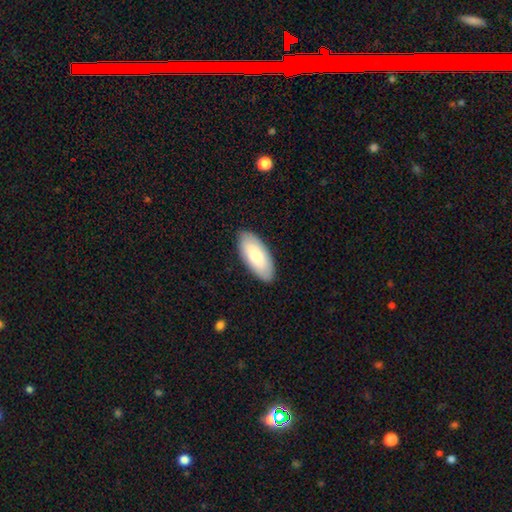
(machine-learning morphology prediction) The model was most divided on "smooth or featured": smooth: 77%, featured or disk: 18%, star or artifact: 5%. More confident: how rounded — in between (91%); merging — none (88%).